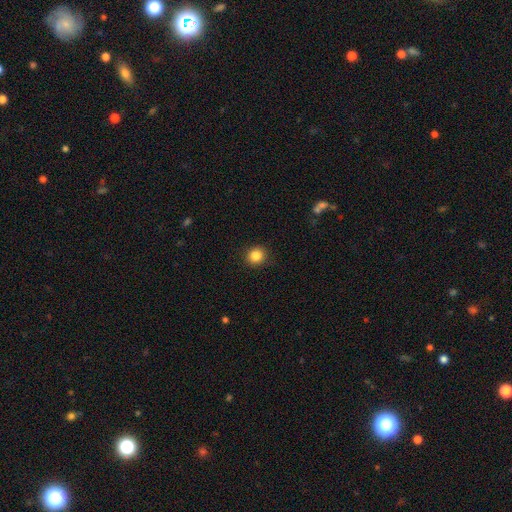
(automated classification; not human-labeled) A smooth galaxy with no disk features (85%) that is round (88%).

Vote fractions:
- Smooth or featured? smooth: 85% / star or artifact: 10% / featured or disk: 4%
- How rounded? round: 88% / in between: 11% / cigar-shaped: 1%
- Merging? none: 90% / minor disturbance: 7% / major disturbance: 2% / merger: 1%